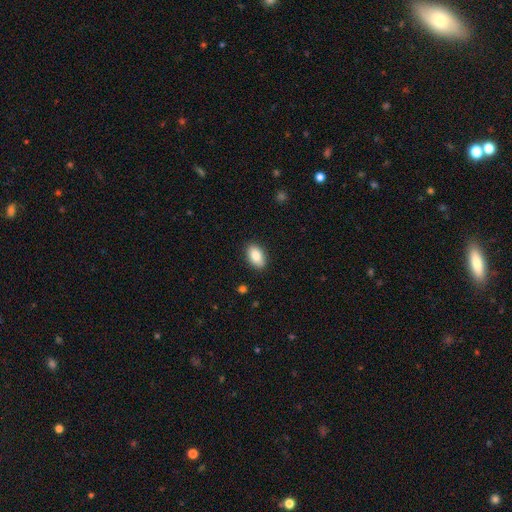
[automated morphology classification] Overall: smooth (84%). How rounded: in between (92%). Merging: none (87%).